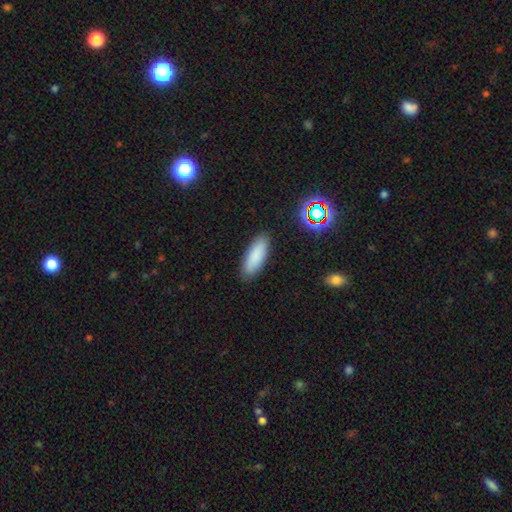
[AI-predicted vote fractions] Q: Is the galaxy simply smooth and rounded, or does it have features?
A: smooth — 85%.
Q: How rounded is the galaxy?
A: in between — 65%.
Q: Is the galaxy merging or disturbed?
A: none — 87%.